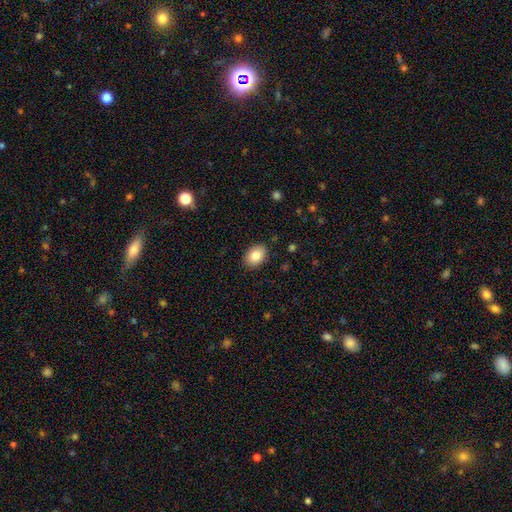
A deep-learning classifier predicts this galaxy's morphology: Overall: smooth (85%). How rounded: in between (77%). Merging: none (89%).